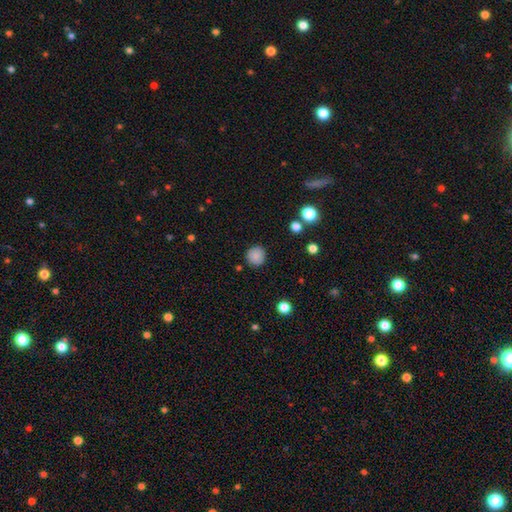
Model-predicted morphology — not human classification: A smooth galaxy with no disk features (86%) that is round (92%). Merging: none (87%).